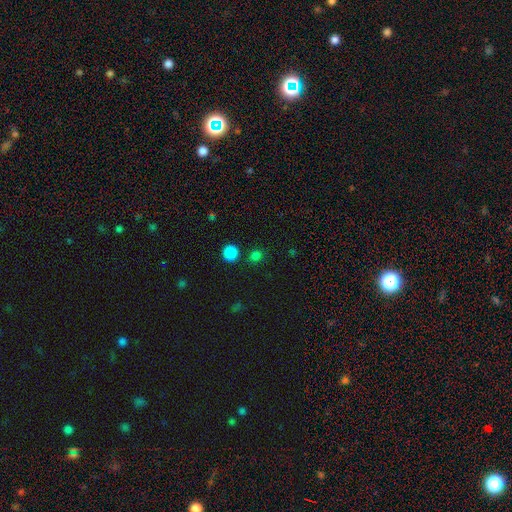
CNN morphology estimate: The model was most divided on "smooth or featured": smooth: 79%, star or artifact: 17%, featured or disk: 4%. More confident: how rounded — round (85%); merging — none (82%).